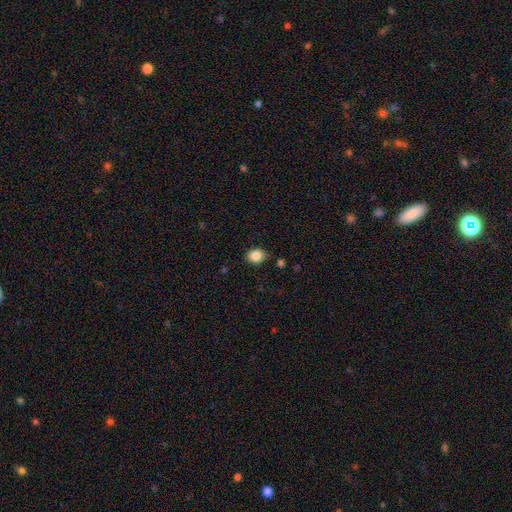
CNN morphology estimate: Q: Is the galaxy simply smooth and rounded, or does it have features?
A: smooth — 85%.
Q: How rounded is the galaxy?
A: round — 55%.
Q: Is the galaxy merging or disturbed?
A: none — 78%.